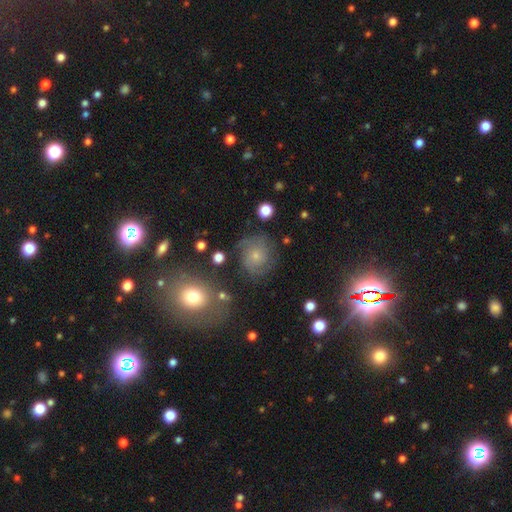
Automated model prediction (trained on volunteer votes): A featured or disk galaxy (52%) with no bar (79%), spiral arms (86%) and a small central bulge (68%).

Vote fractions:
- Smooth or featured? featured or disk: 52% / smooth: 33% / star or artifact: 15%
- Edge-on disk? no: 97% / yes: 3%
- Bar? no: 79% / weak: 18% / strong: 3%
- Spiral arms? yes: 86% / no: 14%
- Bulge size? small: 68% / moderate: 25% / none: 4% / large: 2% / dominant: 1%
- Merging? none: 69% / minor disturbance: 18% / major disturbance: 10% / merger: 3%